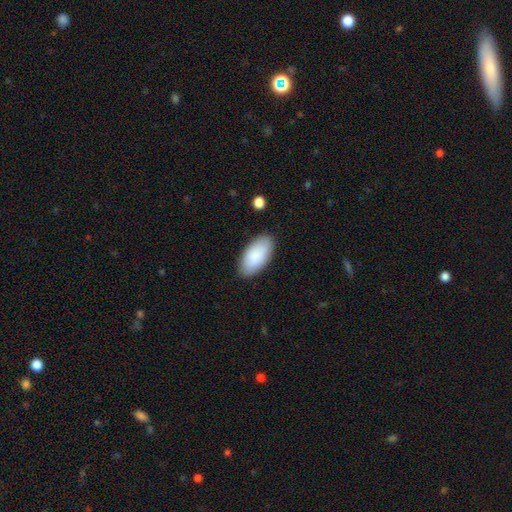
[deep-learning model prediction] Smooth or featured?
  - smooth: 88% *
  - featured or disk: 7%
  - star or artifact: 6%
How rounded?
  - in between: 95% *
  - cigar-shaped: 3%
  - round: 2%
Merging?
  - none: 87% *
  - minor disturbance: 10%
  - major disturbance: 2%
  - merger: 1%